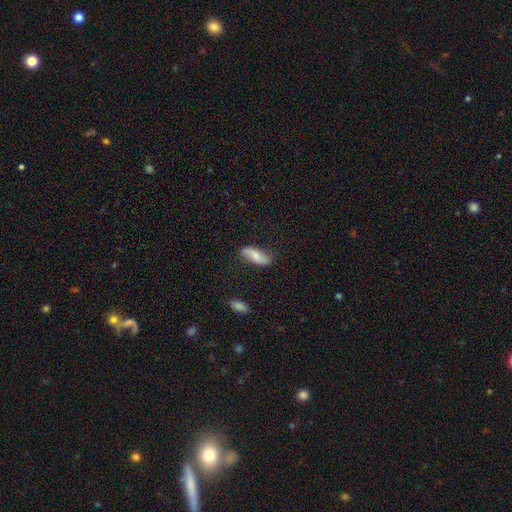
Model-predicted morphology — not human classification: Smooth or featured? smooth (54%)
How rounded? in between (70%)
Merging? none (75%)